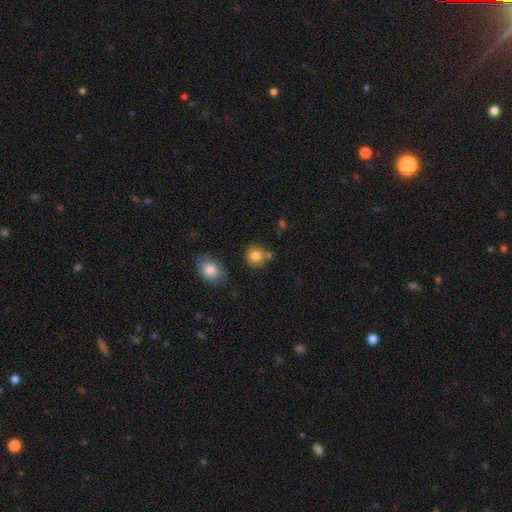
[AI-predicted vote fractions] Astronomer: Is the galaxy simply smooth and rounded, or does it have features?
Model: smooth — 81%.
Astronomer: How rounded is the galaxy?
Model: round — 82%.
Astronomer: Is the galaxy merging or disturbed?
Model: none — 70%.